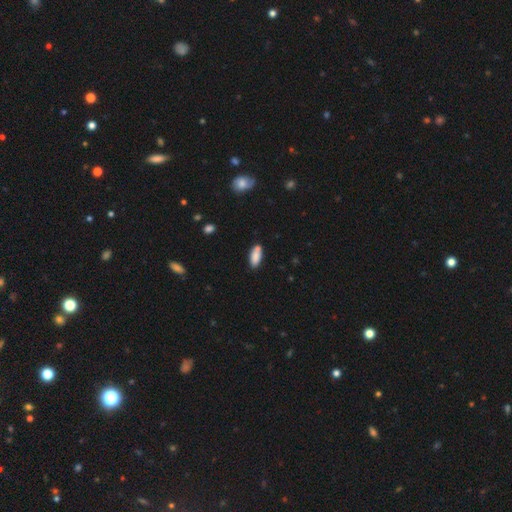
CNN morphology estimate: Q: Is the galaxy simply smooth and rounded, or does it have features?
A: smooth — 86%.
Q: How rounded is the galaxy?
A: in between — 83%.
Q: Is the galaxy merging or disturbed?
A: none — 73%.